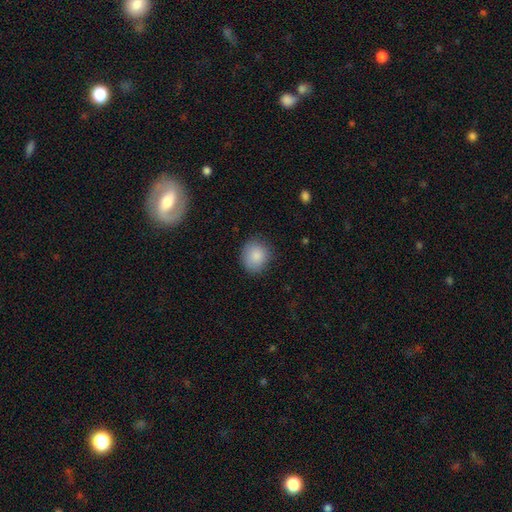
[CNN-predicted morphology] A smooth galaxy with no disk features (87%) that is round (75%).

Vote fractions:
- Smooth or featured? smooth: 87% / star or artifact: 8% / featured or disk: 6%
- How rounded? round: 75% / in between: 24% / cigar-shaped: 1%
- Merging? none: 83% / minor disturbance: 13% / major disturbance: 3% / merger: 1%